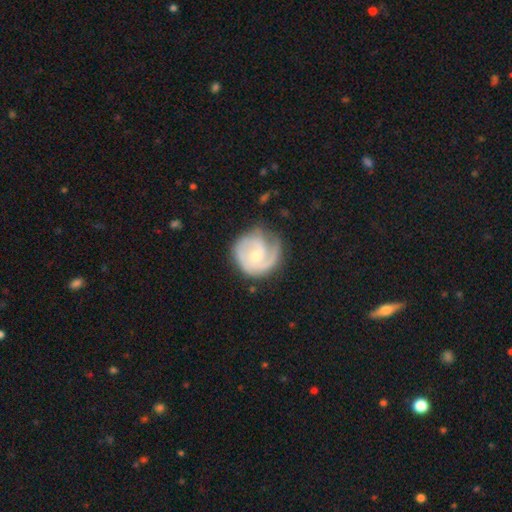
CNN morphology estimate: Q: Smooth or featured?
A: featured or disk (80%); runner-up: smooth (15%)
Q: Edge-on disk?
A: no (98%); runner-up: yes (2%)
Q: Bar?
A: no (68%); runner-up: weak (27%)
Q: Spiral arms?
A: yes (94%); runner-up: no (6%)
Q: Spiral winding?
A: tight (58%); runner-up: medium (32%)
Q: Spiral arm count?
A: 2 (36%); runner-up: 1 (33%)
Q: Bulge size?
A: moderate (53%); runner-up: small (42%)
Q: Merging?
A: none (63%); runner-up: minor disturbance (23%)